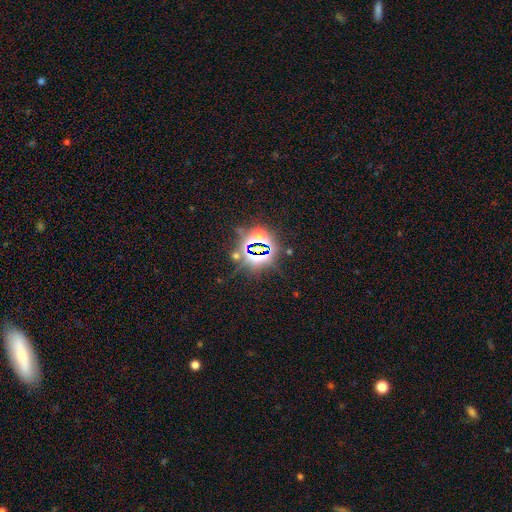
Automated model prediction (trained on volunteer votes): Smooth or featured? star or artifact (81%)